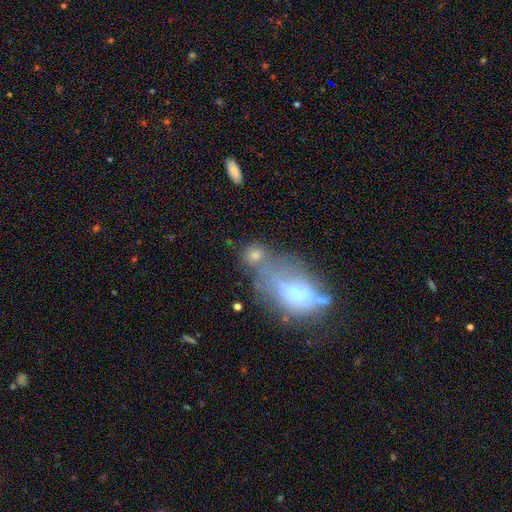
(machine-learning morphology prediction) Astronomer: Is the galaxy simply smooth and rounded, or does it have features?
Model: smooth — 51% (runner-up: featured or disk, 32%).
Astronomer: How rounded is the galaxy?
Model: in between — 70%.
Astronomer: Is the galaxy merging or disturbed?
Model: merger — 39% (runner-up: none, 24%).